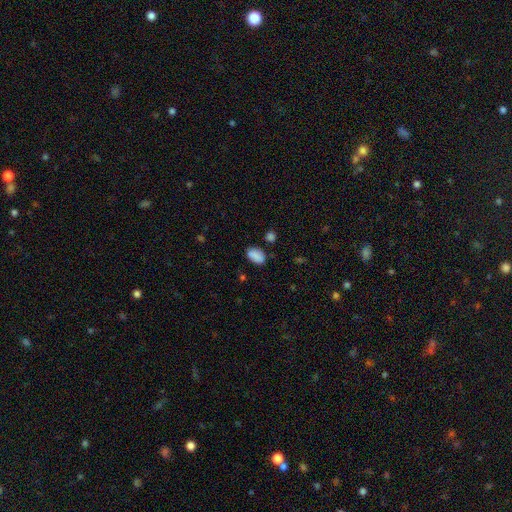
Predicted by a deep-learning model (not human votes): Morphology: type=smooth (87%); roundness=in between (90%); merging=none (76%).